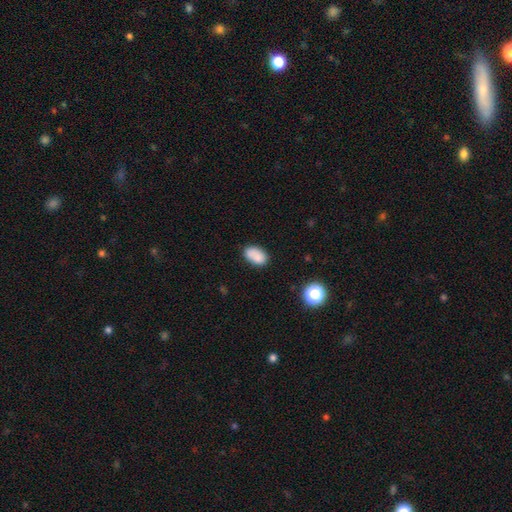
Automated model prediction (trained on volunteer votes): A smooth galaxy with no disk features (81%) that is in between round and cigar-shaped (88%). Merging: none (63%).